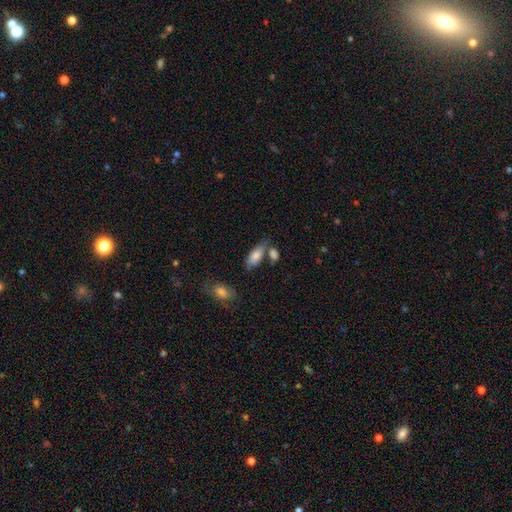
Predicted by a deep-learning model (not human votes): Smooth or featured? smooth (81%)
How rounded? in between (81%)
Merging? none (55%)